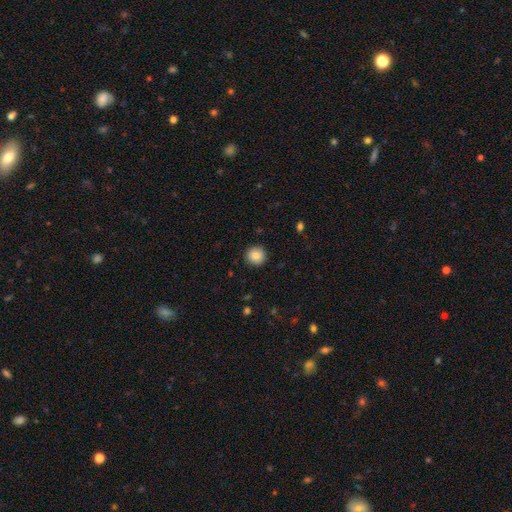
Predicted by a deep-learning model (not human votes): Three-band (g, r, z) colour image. It shows a smooth galaxy with no disk features (86%) that is round (94%). Merging: none (91%).